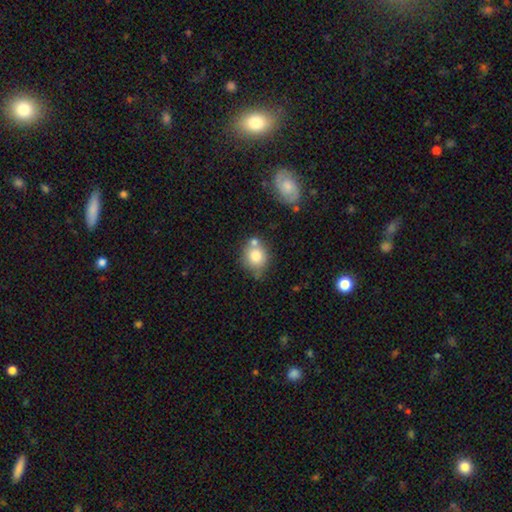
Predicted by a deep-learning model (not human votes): The model was most divided on "merging": none: 58%, merger: 21%, minor disturbance: 16%, major disturbance: 4%. More confident: smooth or featured — smooth (77%); how rounded — round (74%).